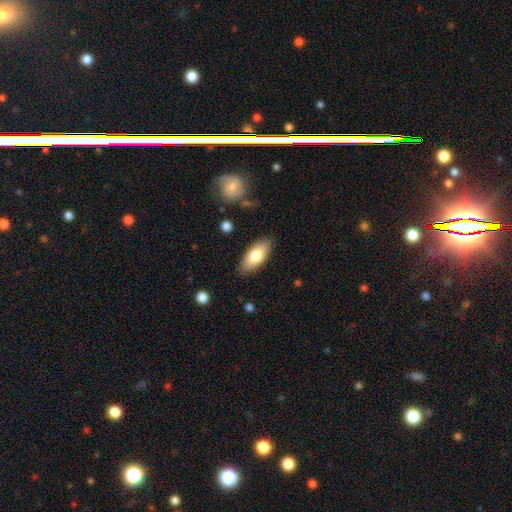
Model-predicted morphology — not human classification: smooth 76%, featured or disk 18%, star or artifact 6%. Down the decision tree: how rounded — in between (81%); merging — none (85%).